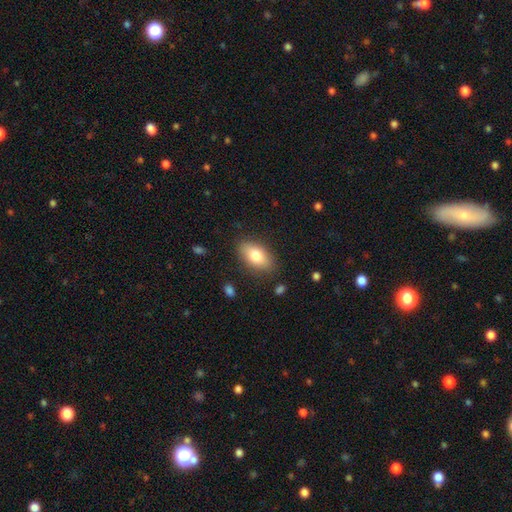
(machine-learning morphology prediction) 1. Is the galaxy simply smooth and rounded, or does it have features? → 78% smooth, 15% featured or disk, 7% star or artifact.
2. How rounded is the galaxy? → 90% in between, 5% round, 4% cigar-shaped.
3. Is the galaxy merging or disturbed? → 85% none, 11% minor disturbance, 3% major disturbance, 1% merger.